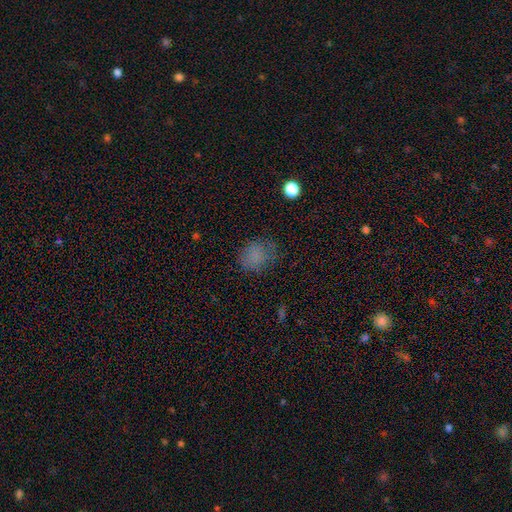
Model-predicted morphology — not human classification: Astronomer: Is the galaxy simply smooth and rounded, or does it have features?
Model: smooth — 78%.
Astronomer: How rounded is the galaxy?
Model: round — 59% (runner-up: in between, 40%).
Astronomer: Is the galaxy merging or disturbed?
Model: none — 68%.